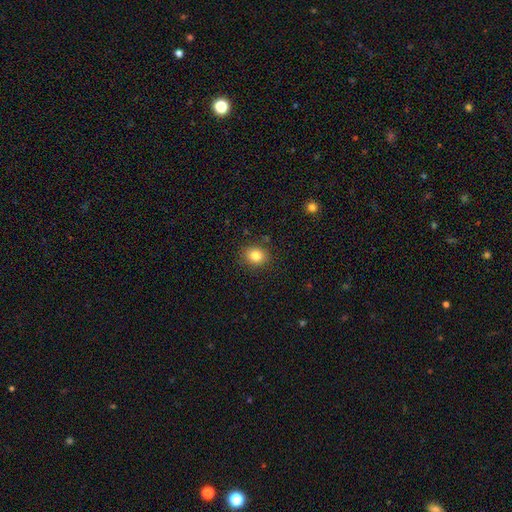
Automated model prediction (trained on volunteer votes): A smooth galaxy with no disk features (83%) that is round (66%). Merging: none (88%).